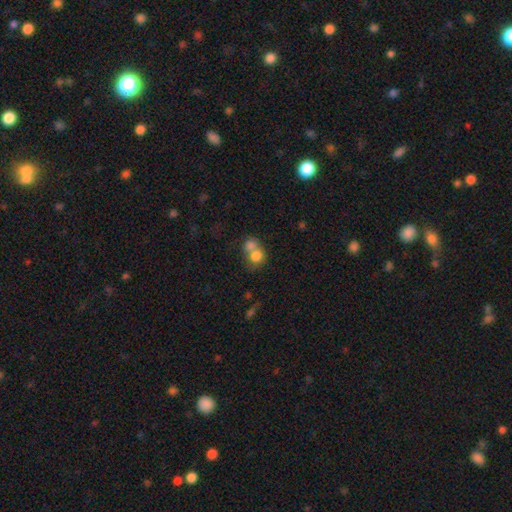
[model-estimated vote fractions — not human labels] The model was most divided on "merging": merger: 64%, none: 26%, minor disturbance: 6%, major disturbance: 4%. More confident: smooth or featured — smooth (76%); how rounded — round (71%).